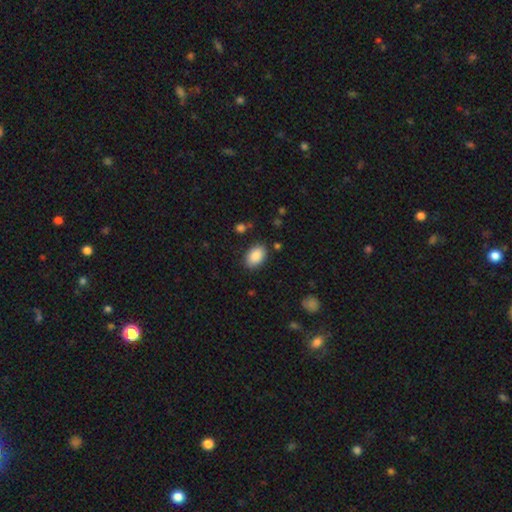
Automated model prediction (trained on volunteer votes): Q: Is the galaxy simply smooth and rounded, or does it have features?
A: smooth — 88%.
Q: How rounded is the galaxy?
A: in between — 89%.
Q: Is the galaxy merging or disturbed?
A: none — 85%.